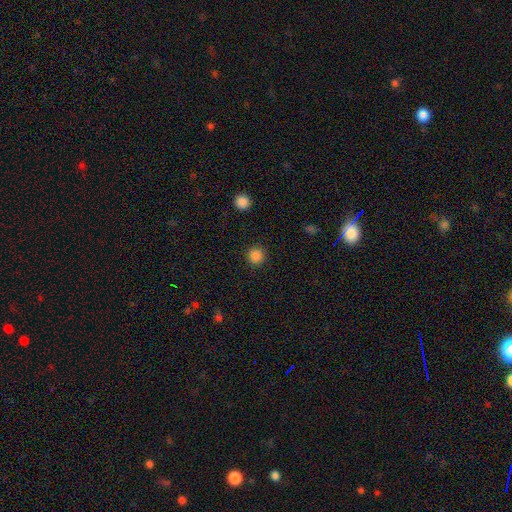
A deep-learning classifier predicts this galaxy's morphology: Smooth or featured? Predicted: smooth (p=0.86). How rounded? Predicted: round (p=0.95). Merging? Predicted: none (p=0.91).